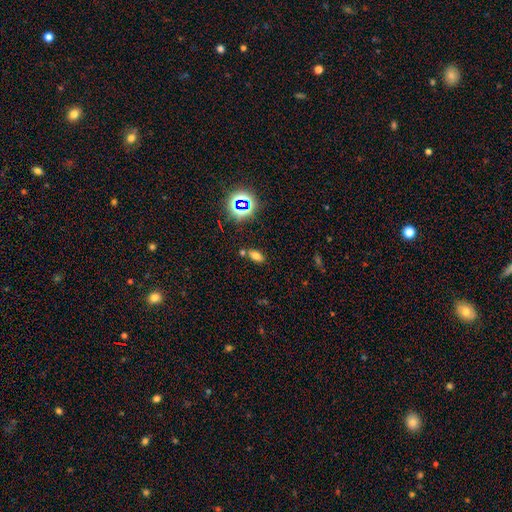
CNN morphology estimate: Smooth or featured? smooth (66%)
How rounded? in between (85%)
Merging? none (68%)